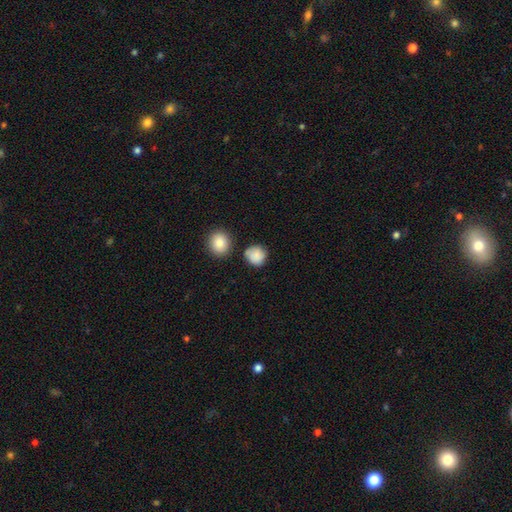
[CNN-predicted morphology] smooth_or_featured: smooth (p=0.86) [alt: star or artifact p=0.08]
how_rounded: round (p=0.88) [alt: in between p=0.11]
merging: none (p=0.72) [alt: minor disturbance p=0.17]